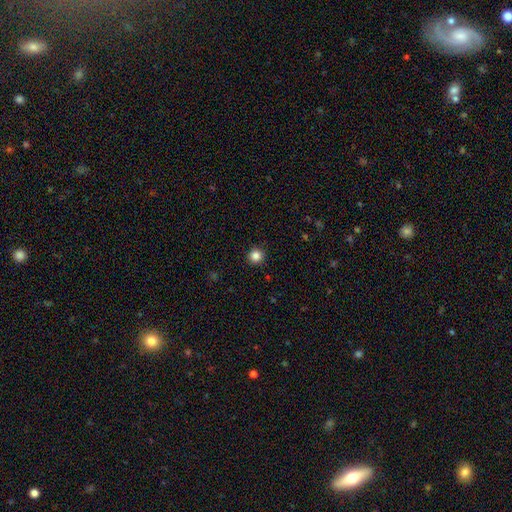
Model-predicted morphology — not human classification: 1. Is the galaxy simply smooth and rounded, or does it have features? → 85% smooth, 11% star or artifact, 4% featured or disk.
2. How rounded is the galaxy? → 95% round, 4% in between, 1% cigar-shaped.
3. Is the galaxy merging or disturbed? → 92% none, 5% minor disturbance, 2% major disturbance, 1% merger.